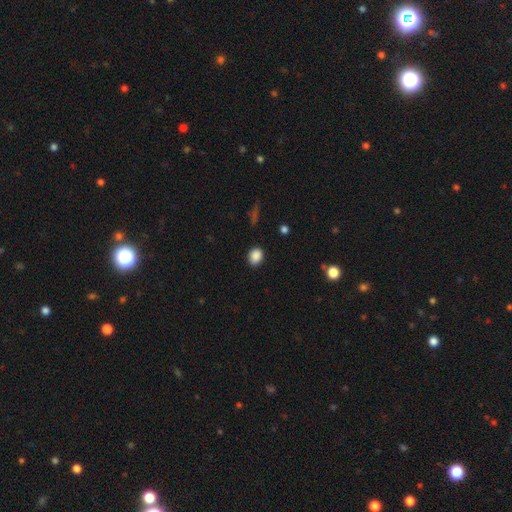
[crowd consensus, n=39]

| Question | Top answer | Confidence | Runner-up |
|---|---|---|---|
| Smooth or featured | smooth | 90% | star or artifact (8%) |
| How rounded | round | 54% | in between (46%) |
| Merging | none | 86% | minor disturbance (11%) |